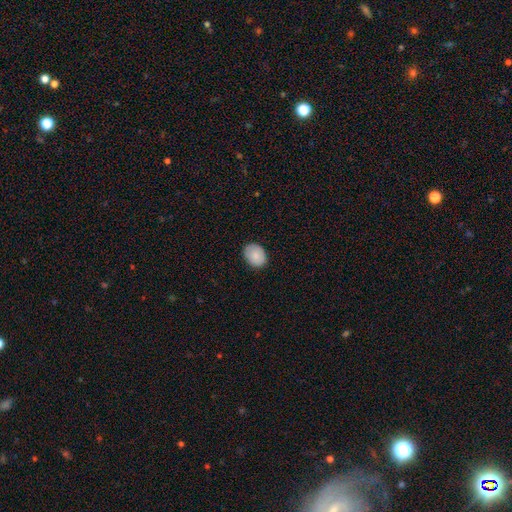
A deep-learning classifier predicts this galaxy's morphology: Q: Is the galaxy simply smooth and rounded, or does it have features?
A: smooth — 86%.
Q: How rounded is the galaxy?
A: in between — 65%.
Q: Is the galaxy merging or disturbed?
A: none — 84%.